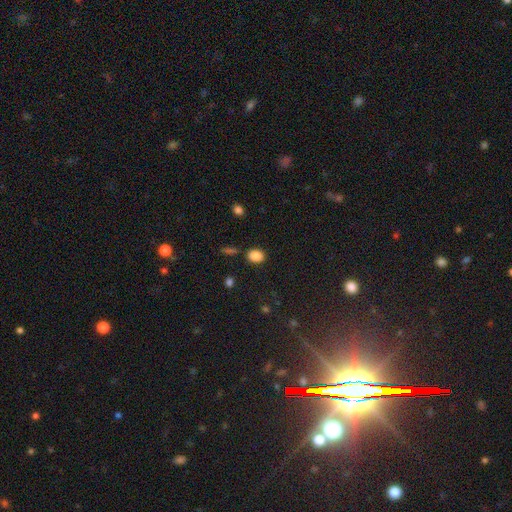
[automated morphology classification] This appears to be a smooth galaxy with no disk features (86%) that is in between round and cigar-shaped (65%). Merging: none (80%).